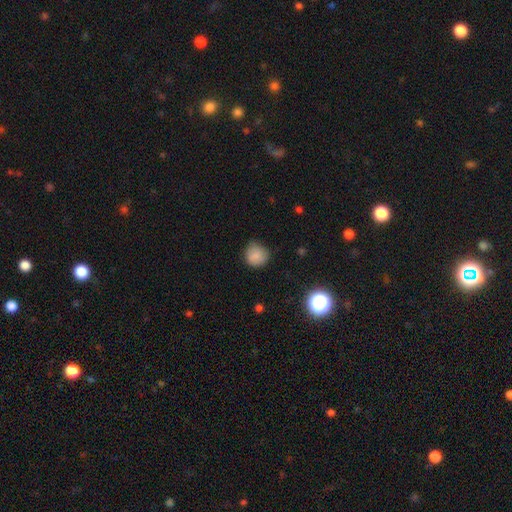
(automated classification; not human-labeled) smooth 84%, star or artifact 11%, featured or disk 6%. Down the decision tree: how rounded — round (88%); merging — none (72%).